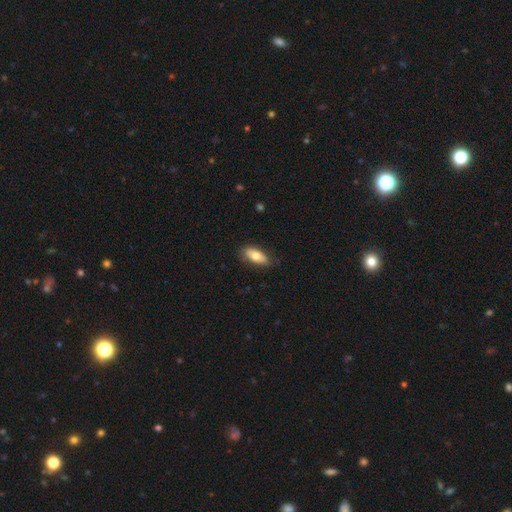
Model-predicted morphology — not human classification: Smooth or featured: smooth — 73% (featured or disk — 21%)
How rounded: in between — 84% (cigar-shaped — 13%)
Merging: none — 80% (minor disturbance — 16%)